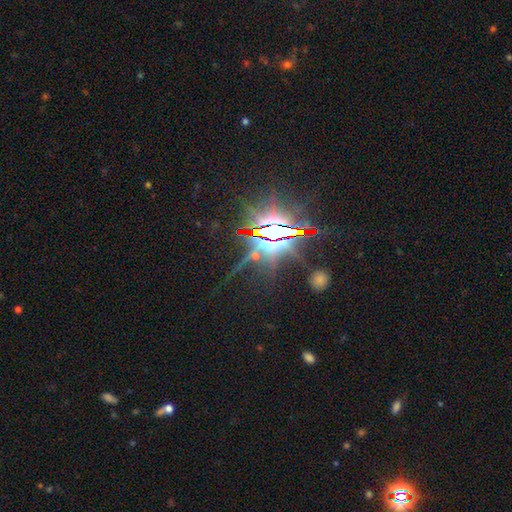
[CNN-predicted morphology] Smooth or featured: star or artifact — 81% (featured or disk — 12%)